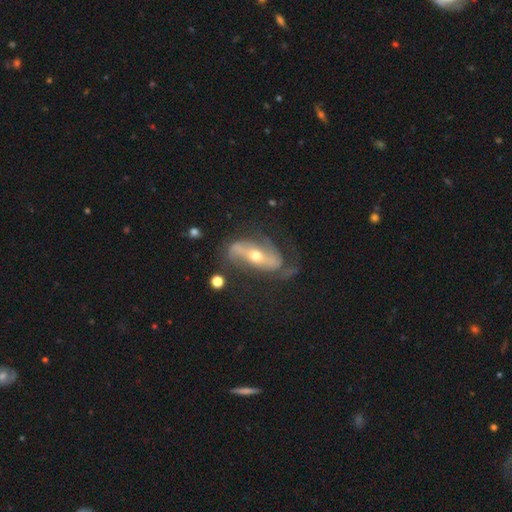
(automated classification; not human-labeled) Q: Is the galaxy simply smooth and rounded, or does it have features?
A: featured or disk — 84%.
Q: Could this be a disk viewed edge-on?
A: no — 88%.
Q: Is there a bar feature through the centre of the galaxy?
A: strong — 42%.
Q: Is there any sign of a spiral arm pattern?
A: yes — 91%.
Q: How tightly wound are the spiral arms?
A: medium — 39%, tied with loose.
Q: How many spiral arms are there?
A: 2 — 81%.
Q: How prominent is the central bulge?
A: moderate — 58%.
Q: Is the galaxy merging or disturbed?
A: none — 56%.